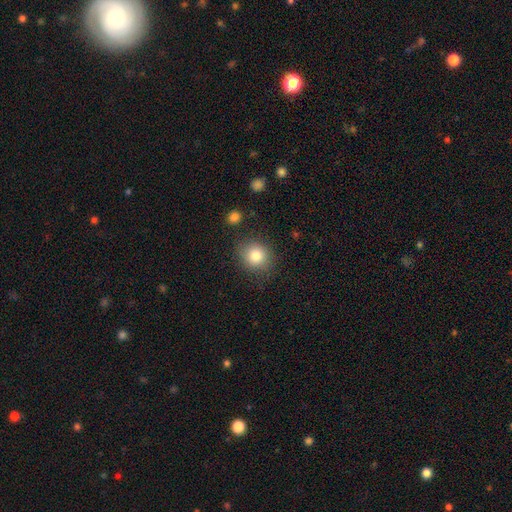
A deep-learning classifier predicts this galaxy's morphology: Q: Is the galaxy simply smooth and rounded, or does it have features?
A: smooth — 82%.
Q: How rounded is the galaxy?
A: round — 81%.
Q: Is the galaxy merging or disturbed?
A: none — 82%.